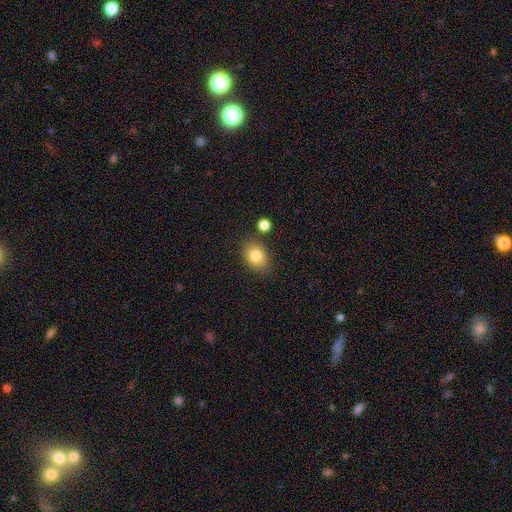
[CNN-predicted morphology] Smooth or featured? Predicted: smooth (p=0.83). How rounded? Predicted: in between (p=0.65). Merging? Predicted: none (p=0.78).